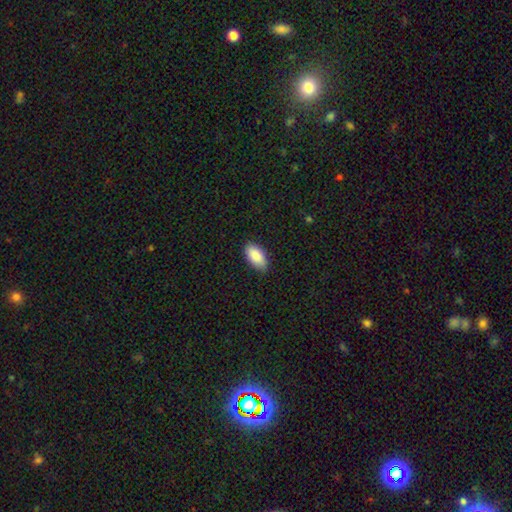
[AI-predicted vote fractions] Morphology: type=smooth (90%); roundness=in between (95%); merging=none (87%).